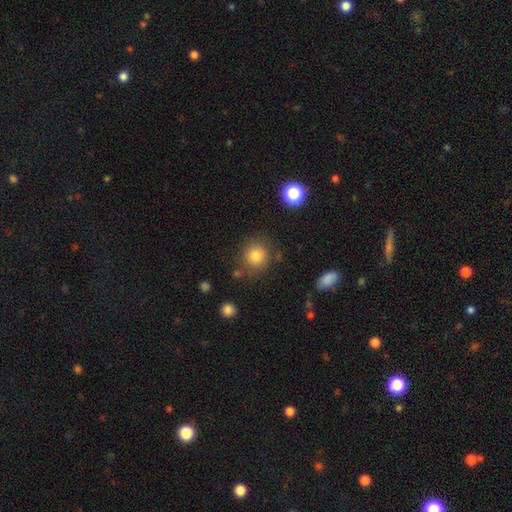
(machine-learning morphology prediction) smooth-or-featured: smooth: 80% | star or artifact: 11% | featured or disk: 8%
  how-rounded: round: 88% | in between: 11% | cigar-shaped: 1%
  merging: none: 79% | minor disturbance: 12% | merger: 5% | major disturbance: 4%